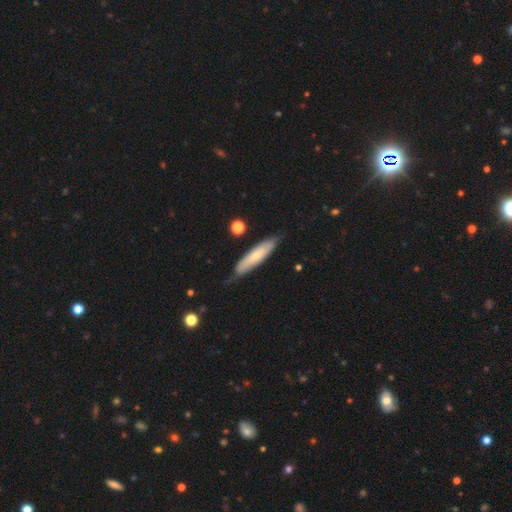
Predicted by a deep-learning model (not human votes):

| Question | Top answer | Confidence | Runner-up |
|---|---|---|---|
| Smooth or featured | smooth | 58% | featured or disk (36%) |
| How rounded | cigar-shaped | 77% | in between (21%) |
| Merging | none | 72% | minor disturbance (22%) |